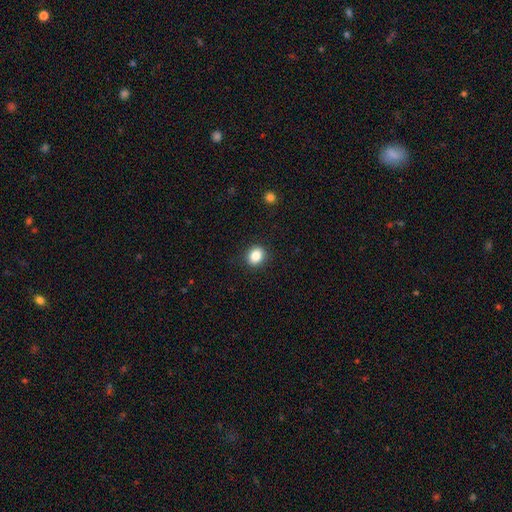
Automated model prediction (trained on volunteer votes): Smooth or featured: smooth — 85% (star or artifact — 10%)
How rounded: round — 67% (in between — 32%)
Merging: none — 90% (minor disturbance — 7%)